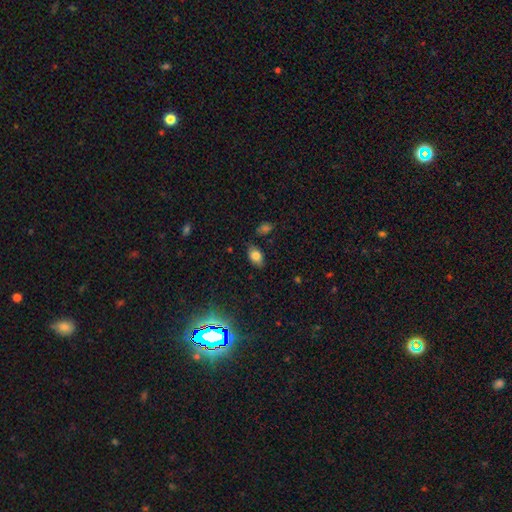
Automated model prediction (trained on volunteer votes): Smooth or featured? smooth (79%)
How rounded? in between (90%)
Merging? none (79%)